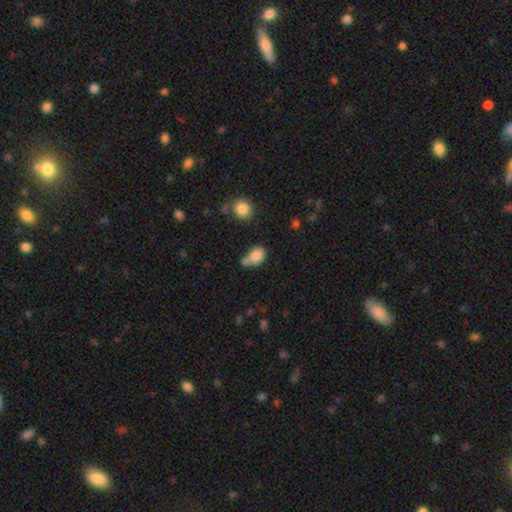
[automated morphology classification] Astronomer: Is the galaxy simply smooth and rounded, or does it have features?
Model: smooth — 82%.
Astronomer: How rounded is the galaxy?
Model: in between — 61% (runner-up: round, 38%).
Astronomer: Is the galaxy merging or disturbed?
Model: none — 39% (runner-up: merger, 38%).